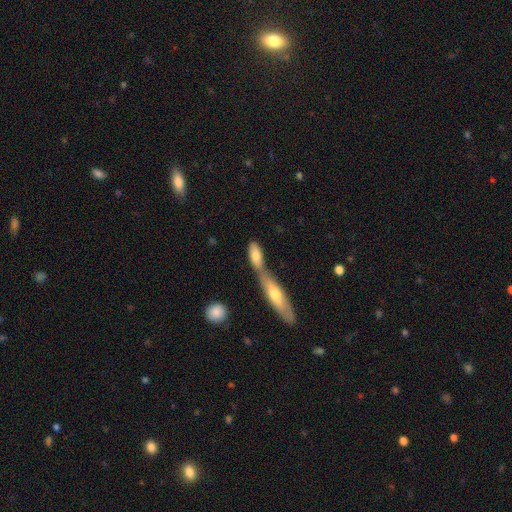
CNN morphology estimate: type=smooth (70%); roundness=in between (67%); merging=merger (56%).